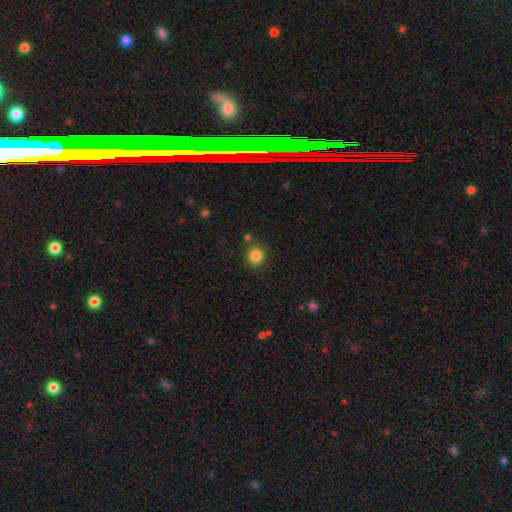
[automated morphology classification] The model was most divided on "smooth or featured": smooth: 85%, star or artifact: 10%, featured or disk: 4%. More confident: how rounded — round (91%); merging — none (85%).